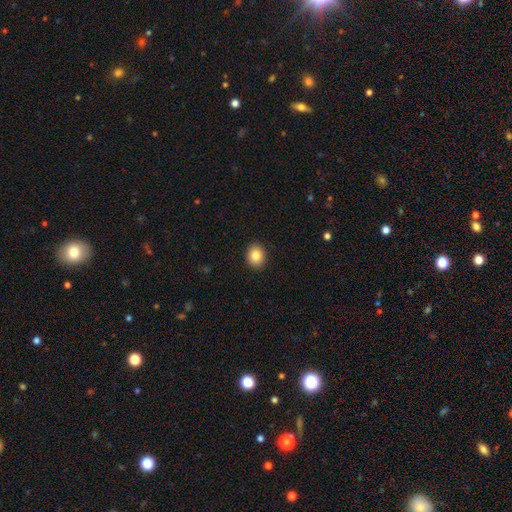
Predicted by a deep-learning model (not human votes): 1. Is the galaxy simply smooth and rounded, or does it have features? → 84% smooth, 9% star or artifact, 7% featured or disk.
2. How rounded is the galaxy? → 55% round, 44% in between, 1% cigar-shaped.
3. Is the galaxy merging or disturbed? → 91% none, 7% minor disturbance, 2% major disturbance, 1% merger.